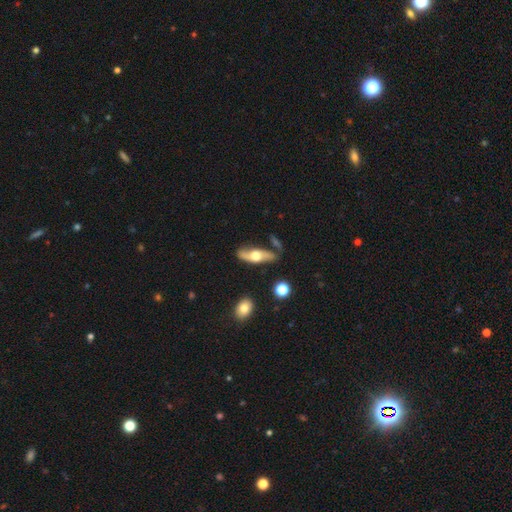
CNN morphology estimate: smooth-or-featured: featured or disk: 60% | smooth: 34% | star or artifact: 6%
  disk-edge-on: no: 54% | yes: 46%
  merging: none: 70% | minor disturbance: 19% | major disturbance: 6% | merger: 5%